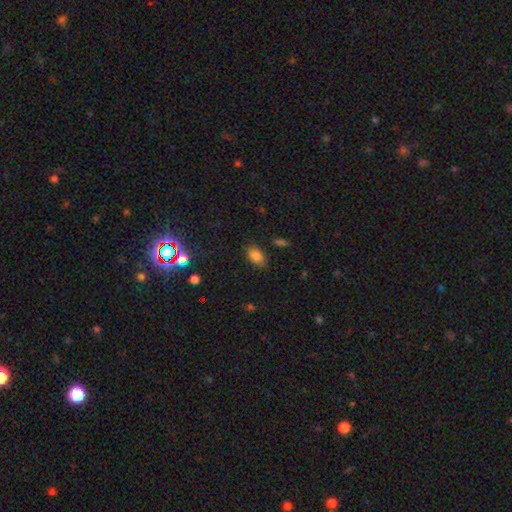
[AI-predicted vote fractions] This is clearly a smooth galaxy (83%). How rounded: clearly in between (89%). Merging: clearly none (82%).